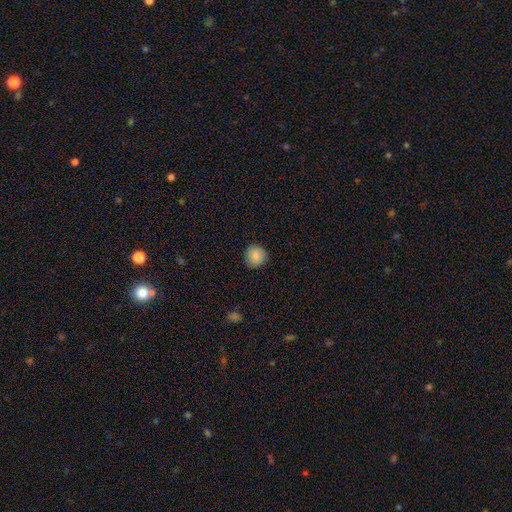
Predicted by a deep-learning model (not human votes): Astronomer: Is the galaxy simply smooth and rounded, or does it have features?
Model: smooth — 86%.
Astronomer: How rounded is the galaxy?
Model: round — 92%.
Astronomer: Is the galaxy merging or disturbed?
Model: none — 89%.